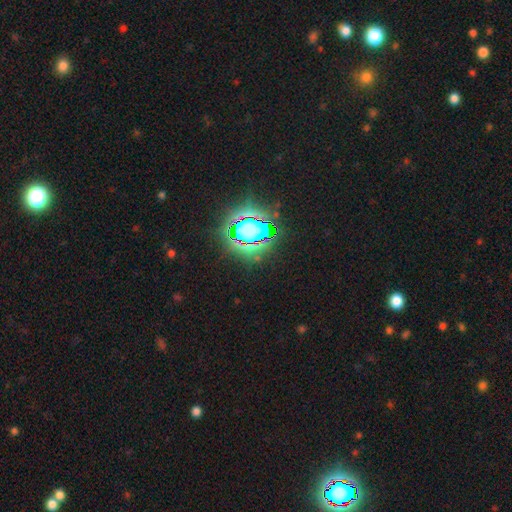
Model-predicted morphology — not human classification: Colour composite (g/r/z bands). It shows a star or artifact, not a galaxy (76%).